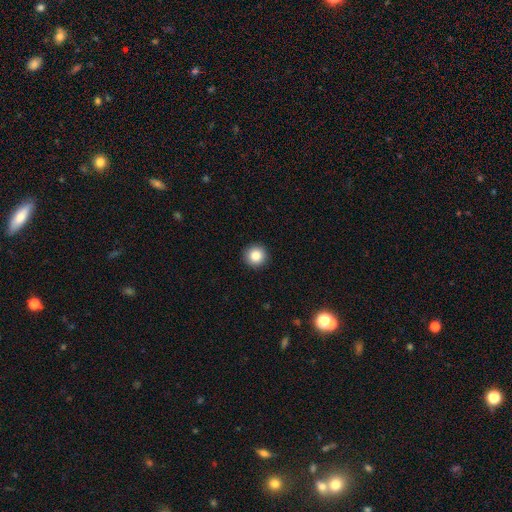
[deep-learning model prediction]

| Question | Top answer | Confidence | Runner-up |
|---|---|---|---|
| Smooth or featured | smooth | 86% | star or artifact (9%) |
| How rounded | round | 96% | in between (4%) |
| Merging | none | 93% | minor disturbance (5%) |